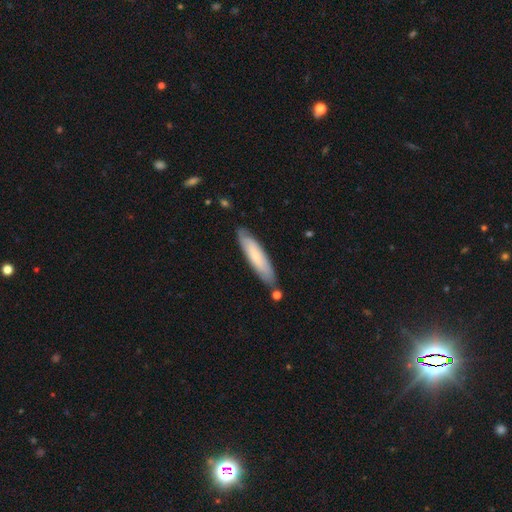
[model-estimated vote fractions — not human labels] smooth-or-featured: smooth: 65% | featured or disk: 30% | star or artifact: 5%
  how-rounded: cigar-shaped: 79% | in between: 19% | round: 1%
  merging: none: 80% | minor disturbance: 14% | merger: 4% | major disturbance: 2%